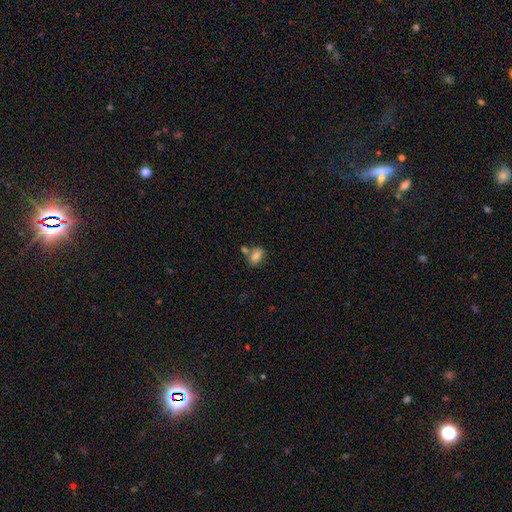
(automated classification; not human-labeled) smooth-or-featured: smooth: 79% | featured or disk: 12% | star or artifact: 9%
  how-rounded: in between: 77% | round: 21% | cigar-shaped: 2%
  merging: none: 57% | merger: 25% | minor disturbance: 14% | major disturbance: 4%